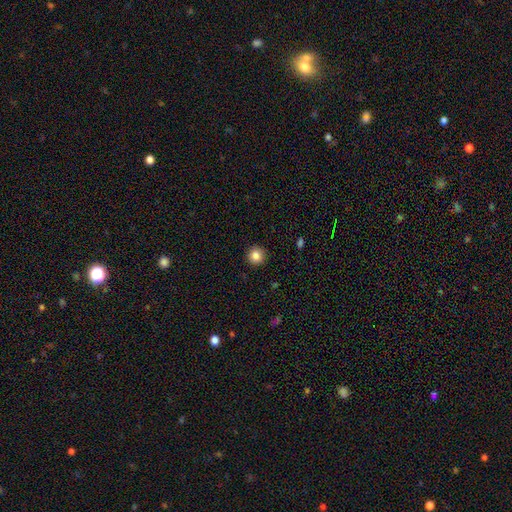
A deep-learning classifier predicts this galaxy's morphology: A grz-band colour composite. It shows a smooth galaxy with no disk features (85%) that is round (95%). Merging: none (92%).